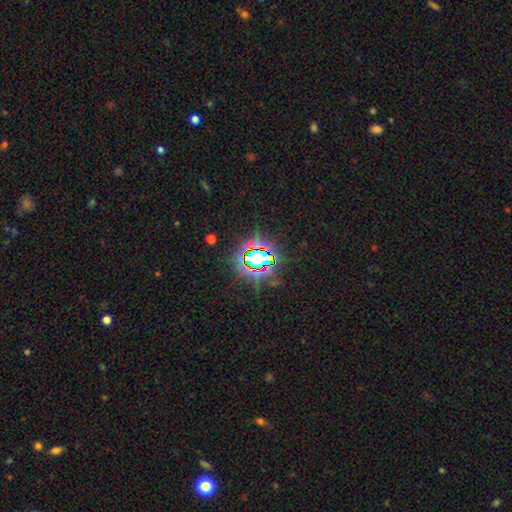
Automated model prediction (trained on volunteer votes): Smooth or featured?
  - star or artifact: 78% *
  - smooth: 13%
  - featured or disk: 9%